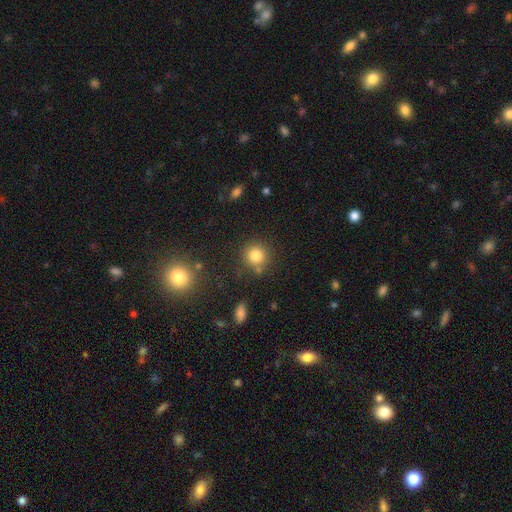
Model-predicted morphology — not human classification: smooth-or-featured: smooth: 82% | star or artifact: 12% | featured or disk: 7%
  how-rounded: round: 90% | in between: 9% | cigar-shaped: 1%
  merging: none: 77% | minor disturbance: 11% | merger: 9% | major disturbance: 4%